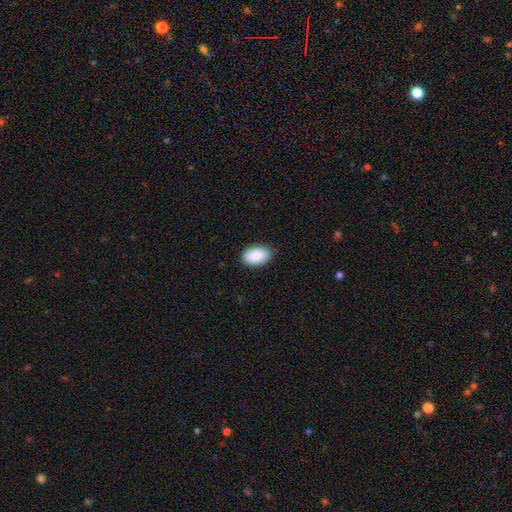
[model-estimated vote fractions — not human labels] This appears to be a smooth galaxy with no disk features (88%) that is in between round and cigar-shaped (92%). Merging: none (86%).